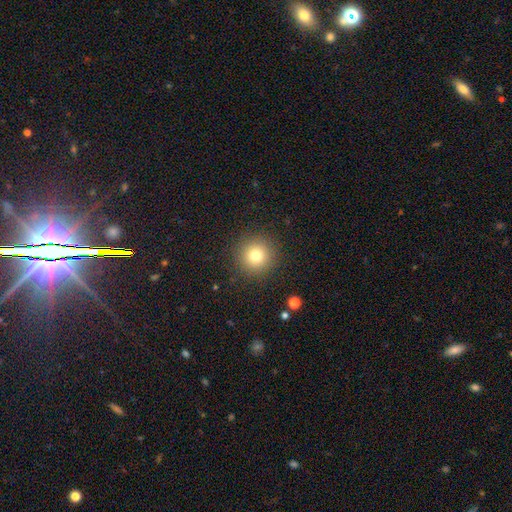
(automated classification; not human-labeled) A smooth galaxy with no disk features (78%) that is round (95%).

Vote fractions:
- Smooth or featured? smooth: 78% / star or artifact: 14% / featured or disk: 9%
- How rounded? round: 95% / in between: 4% / cigar-shaped: 1%
- Merging? none: 90% / minor disturbance: 6% / major disturbance: 3% / merger: 1%